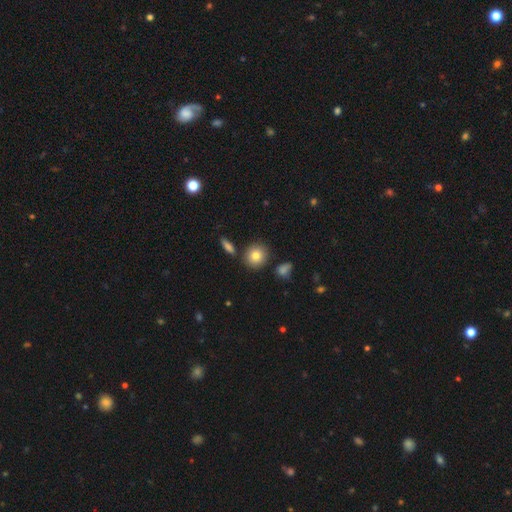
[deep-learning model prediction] Morphology: type=smooth (81%); roundness=round (84%); merging=none (82%).